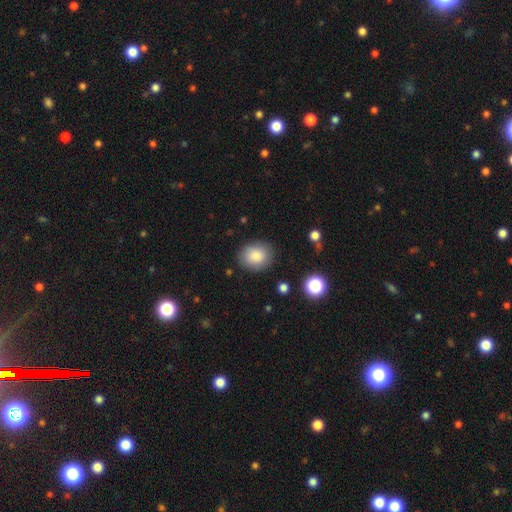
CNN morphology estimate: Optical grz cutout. It shows a smooth galaxy with no disk features (86%) that is round (62%). Merging: none (86%).